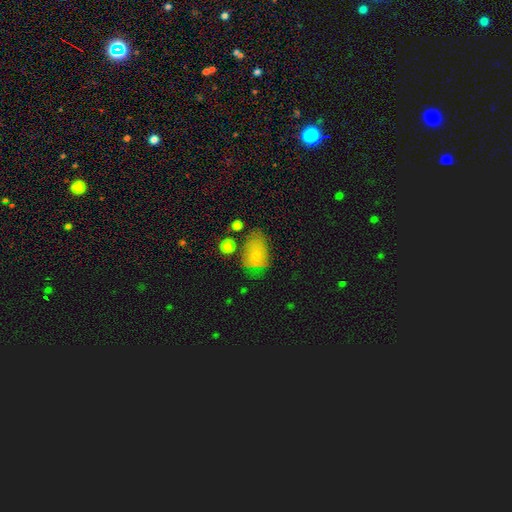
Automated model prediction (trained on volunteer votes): Overall: smooth (68%). How rounded: in between (82%). Merging: none (48%; minor disturbance 30%).